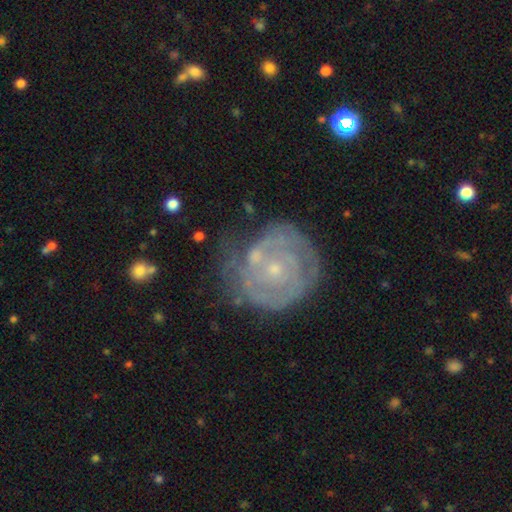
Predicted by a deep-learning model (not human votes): This appears to be a featured or disk galaxy (77%) with no bar (79%), tight (76%) spiral arms (80%) and a small central bulge (75%). Merging: none (54%).